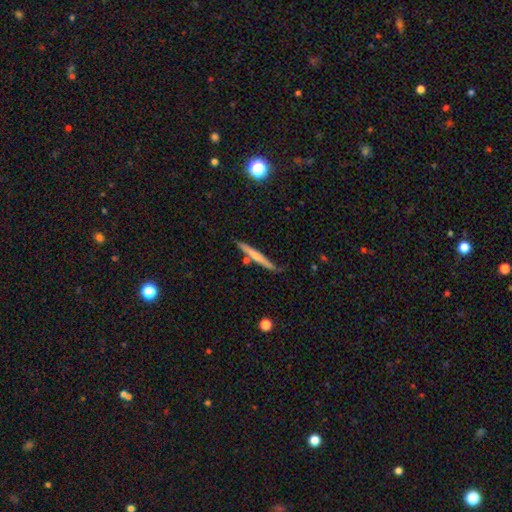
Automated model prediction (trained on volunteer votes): Smooth or featured? smooth (53%)
How rounded? cigar-shaped (96%)
Merging? none (76%)